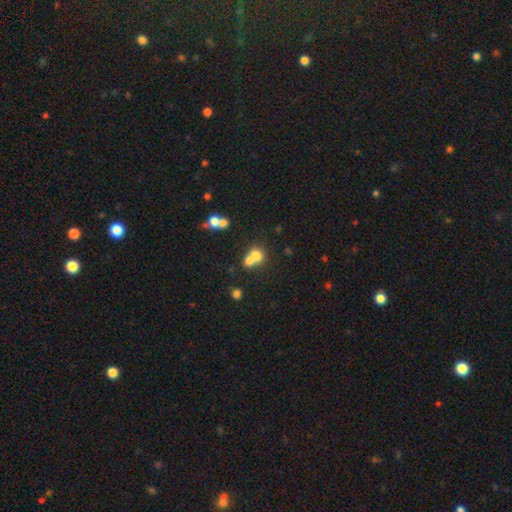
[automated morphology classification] This appears to be a smooth galaxy with no disk features (69%) that is round (73%). Merging: merger (61%).